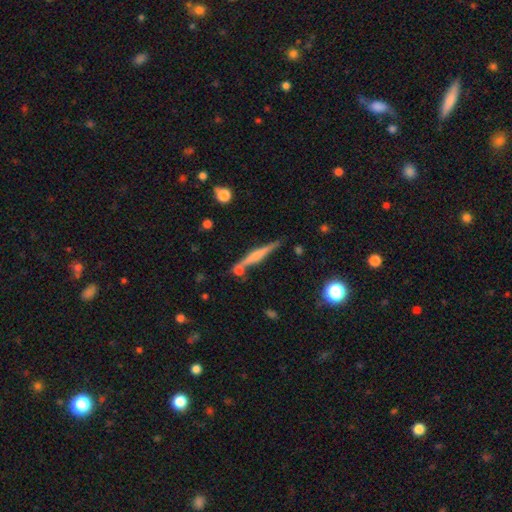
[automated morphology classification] Smooth or featured? Predicted: featured or disk (p=0.60). Edge-on disk? Predicted: yes (p=0.97). Edge-on bulge? Predicted: rounded (p=0.61). Merging? Predicted: none (p=0.74).